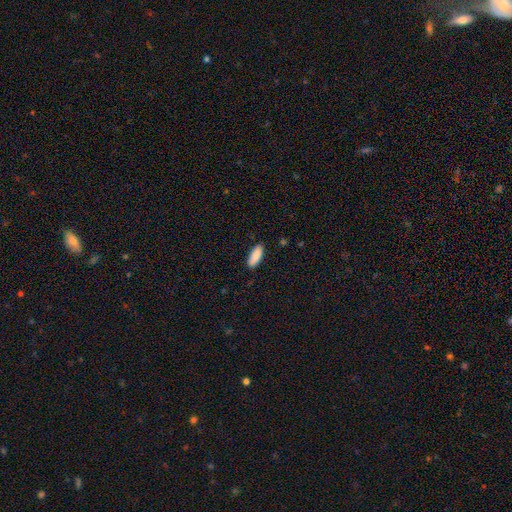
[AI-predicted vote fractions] Smooth or featured? smooth (89%)
How rounded? in between (72%)
Merging? none (87%)